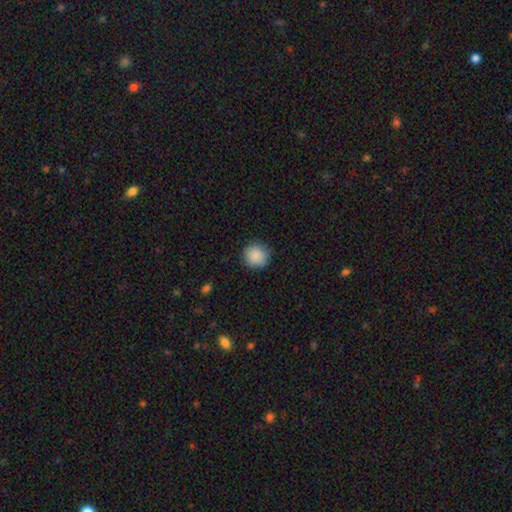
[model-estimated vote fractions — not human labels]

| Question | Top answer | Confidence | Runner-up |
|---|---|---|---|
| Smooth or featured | smooth | 88% | star or artifact (8%) |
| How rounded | round | 92% | in between (7%) |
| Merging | none | 86% | minor disturbance (10%) |